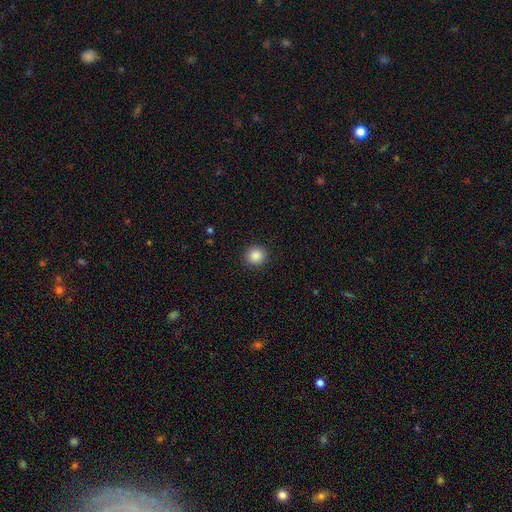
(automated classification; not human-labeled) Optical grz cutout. It shows a smooth galaxy with no disk features (87%) that is round (91%). Merging: none (91%).